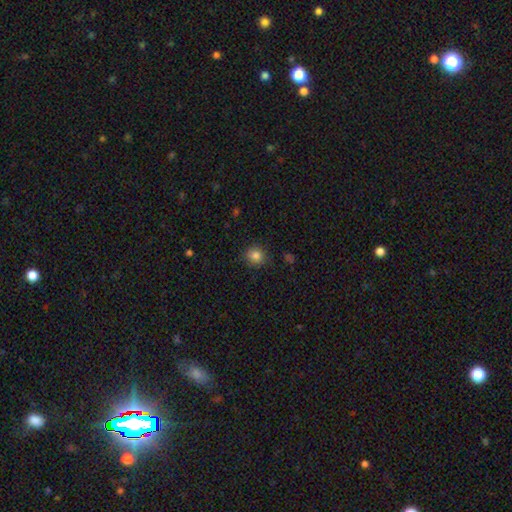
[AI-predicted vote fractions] This is clearly a smooth galaxy (84%). How rounded: clearly round (88%). Merging: clearly none (86%).